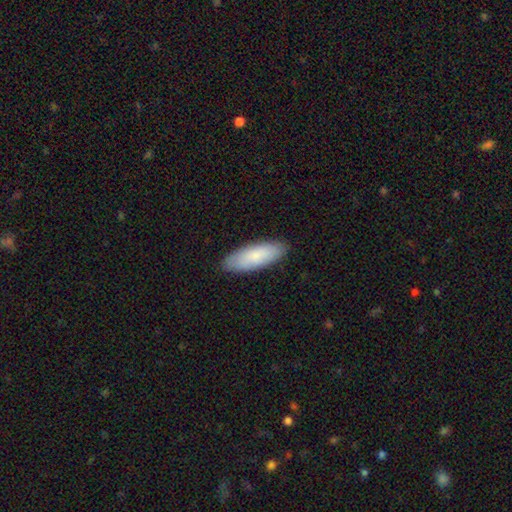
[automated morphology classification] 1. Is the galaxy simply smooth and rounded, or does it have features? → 83% smooth, 12% featured or disk, 5% star or artifact.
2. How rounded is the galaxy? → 64% in between, 35% cigar-shaped, 2% round.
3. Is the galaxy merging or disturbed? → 88% none, 9% minor disturbance, 2% major disturbance, 1% merger.